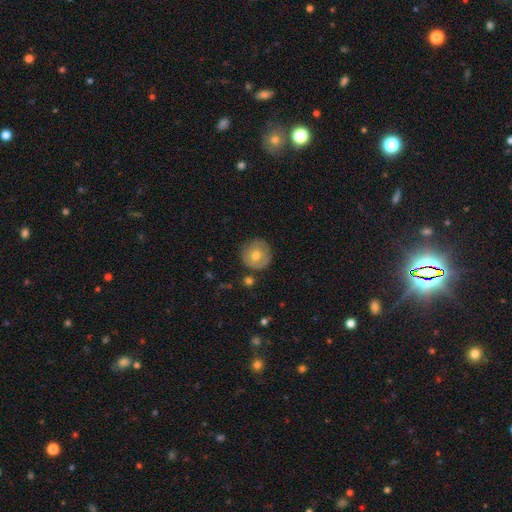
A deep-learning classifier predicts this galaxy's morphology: Smooth or featured? smooth (62%)
How rounded? round (94%)
Merging? none (81%)